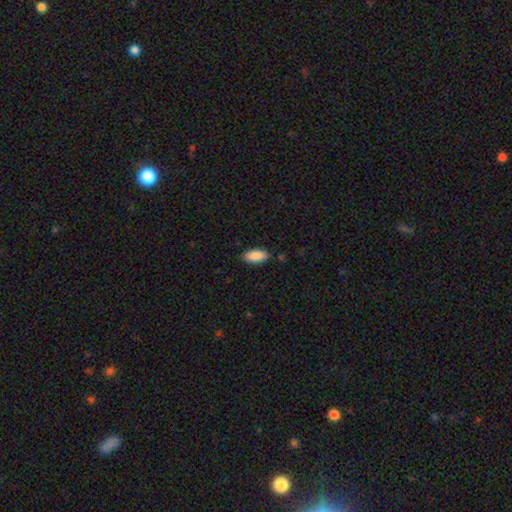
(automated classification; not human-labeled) Overall: smooth (88%). How rounded: in between (88%). Merging: none (86%).